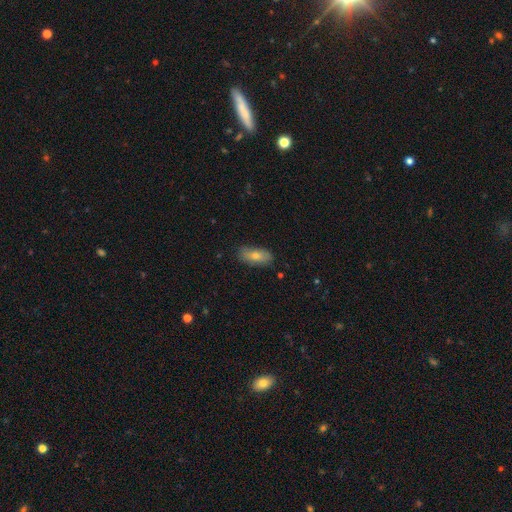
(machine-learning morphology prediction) Smooth or featured: smooth — 64% (featured or disk — 26%)
How rounded: in between — 79% (cigar-shaped — 17%)
Merging: none — 82% (minor disturbance — 14%)